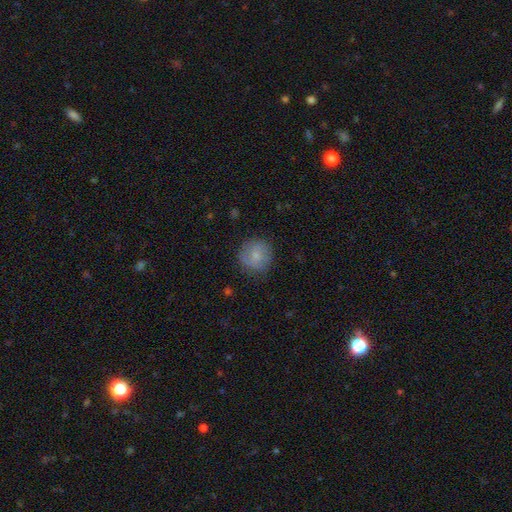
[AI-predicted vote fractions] Q: Smooth or featured?
A: smooth (73%); runner-up: featured or disk (20%)
Q: How rounded?
A: round (91%); runner-up: in between (8%)
Q: Merging?
A: none (78%); runner-up: minor disturbance (16%)